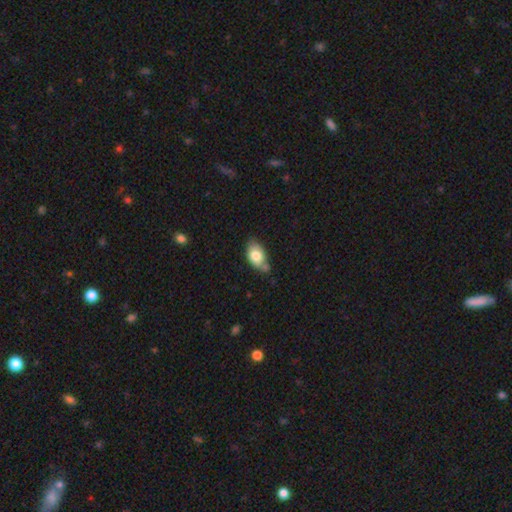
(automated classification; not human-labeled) A smooth galaxy with no disk features (77%) that is in between round and cigar-shaped (90%).

Vote fractions:
- Smooth or featured? smooth: 77% / featured or disk: 16% / star or artifact: 7%
- How rounded? in between: 90% / round: 8% / cigar-shaped: 3%
- Merging? none: 49% / minor disturbance: 33% / merger: 12% / major disturbance: 7%